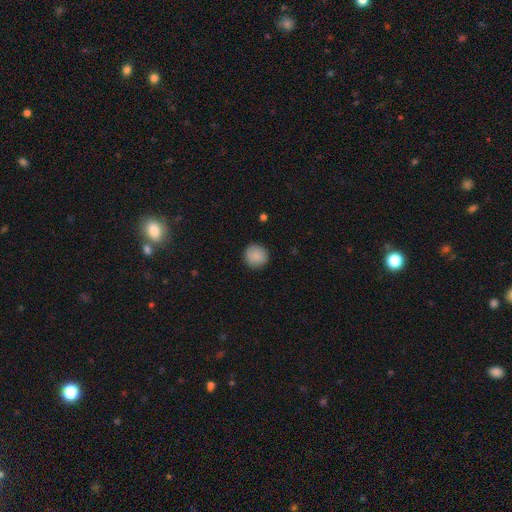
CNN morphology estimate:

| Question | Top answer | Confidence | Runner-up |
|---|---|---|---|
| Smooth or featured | smooth | 88% | star or artifact (8%) |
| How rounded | round | 94% | in between (5%) |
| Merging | none | 91% | minor disturbance (6%) |